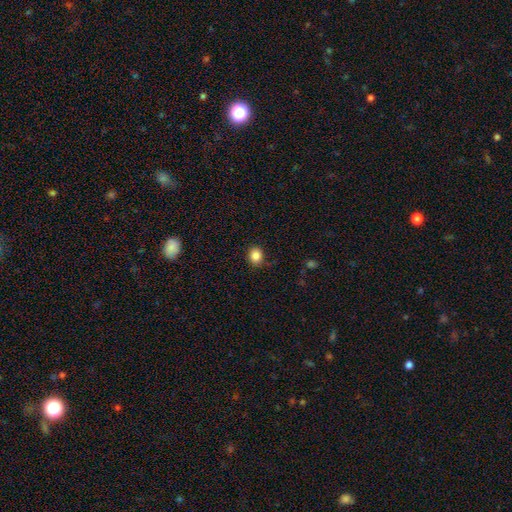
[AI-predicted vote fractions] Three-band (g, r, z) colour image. It shows a smooth galaxy with no disk features (85%) that is round (62%). Merging: none (85%).